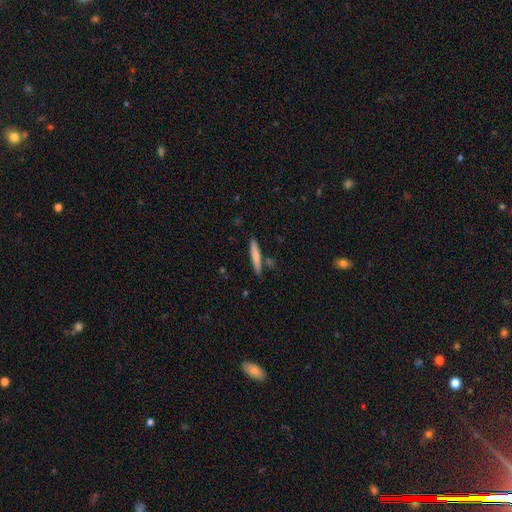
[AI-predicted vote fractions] smooth_or_featured: smooth (p=0.70) [alt: featured or disk p=0.25]
how_rounded: cigar-shaped (p=0.93) [alt: in between p=0.05]
merging: none (p=0.83) [alt: minor disturbance p=0.10]